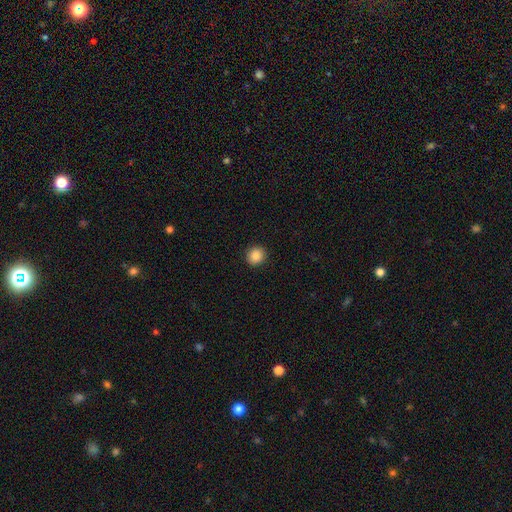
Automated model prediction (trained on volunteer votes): A smooth galaxy with no disk features (86%) that is round (90%).

Vote fractions:
- Smooth or featured? smooth: 86% / star or artifact: 9% / featured or disk: 4%
- How rounded? round: 90% / in between: 9% / cigar-shaped: 1%
- Merging? none: 92% / minor disturbance: 5% / major disturbance: 2% / merger: 1%